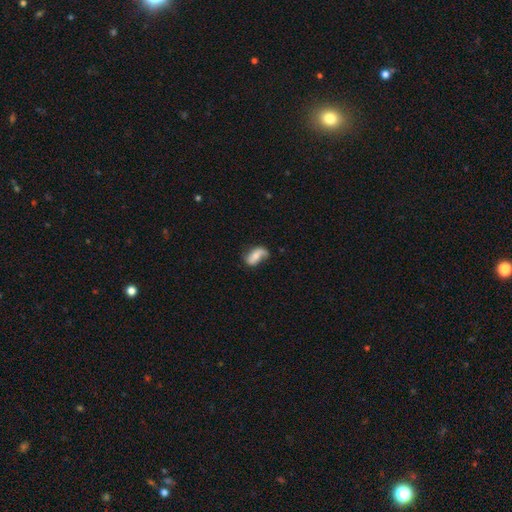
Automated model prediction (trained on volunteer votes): smooth_or_featured: featured or disk (p=0.50) [alt: smooth p=0.42]
disk_edge_on: no (p=0.94) [alt: yes p=0.06]
merging: none (p=0.53) [alt: minor disturbance p=0.30]